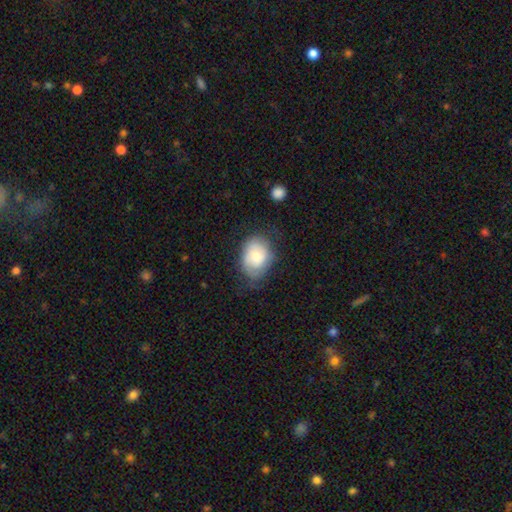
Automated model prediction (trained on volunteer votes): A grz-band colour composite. It shows a smooth galaxy with no disk features (67%) that is in between round and cigar-shaped (65%). Merging: none (57%).